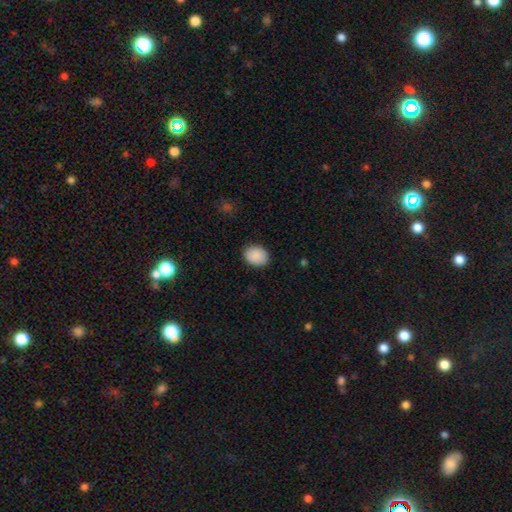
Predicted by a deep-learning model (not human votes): Q: Smooth or featured?
A: smooth (90%); runner-up: star or artifact (7%)
Q: How rounded?
A: round (51%); runner-up: in between (48%)
Q: Merging?
A: none (88%); runner-up: minor disturbance (9%)